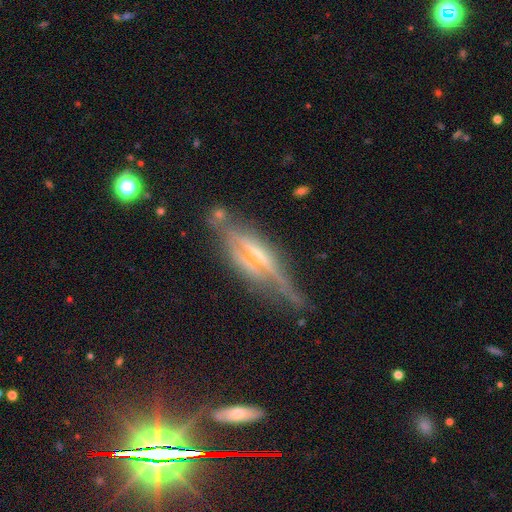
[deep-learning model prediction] This is clearly a featured or disk galaxy (80%). It is clearly viewed edge-on (90%). Edge-on bulge: likely rounded (65%). Merging: likely none (65%).